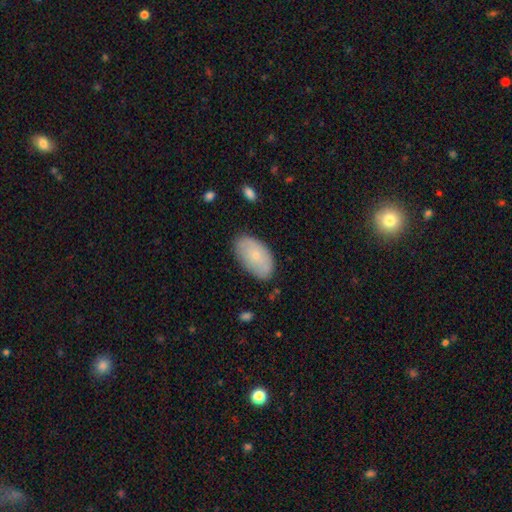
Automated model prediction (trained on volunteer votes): Smooth or featured? smooth (69%)
How rounded? in between (94%)
Merging? none (78%)